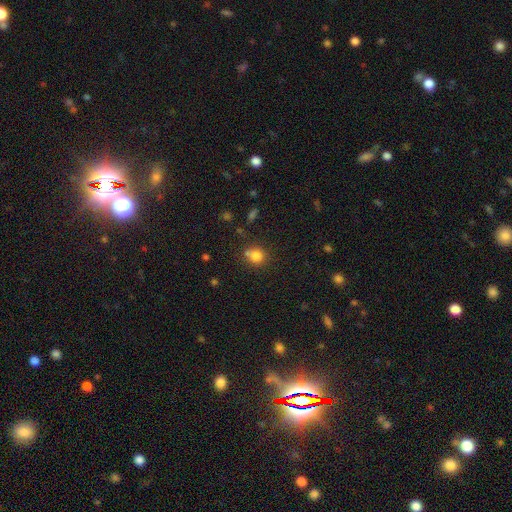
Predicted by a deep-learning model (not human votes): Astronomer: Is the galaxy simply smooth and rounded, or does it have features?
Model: smooth — 80%.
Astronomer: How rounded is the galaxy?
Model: round — 80%.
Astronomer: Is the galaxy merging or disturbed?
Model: none — 59%.